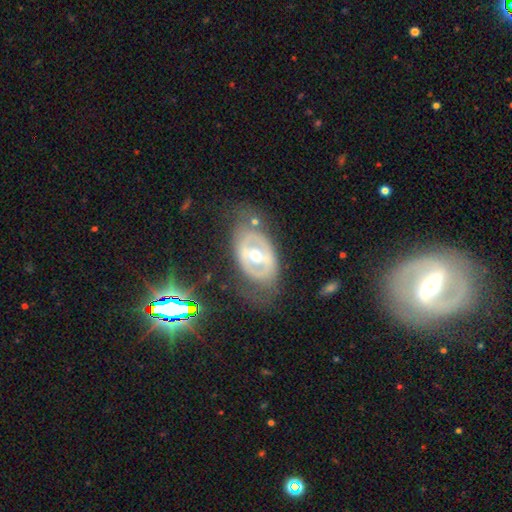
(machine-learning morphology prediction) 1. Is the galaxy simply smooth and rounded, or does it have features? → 74% featured or disk, 19% smooth, 8% star or artifact.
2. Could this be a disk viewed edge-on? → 93% no, 7% yes.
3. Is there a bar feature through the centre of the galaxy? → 45% strong, 30% weak, 25% no.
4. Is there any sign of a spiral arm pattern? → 67% no, 33% yes.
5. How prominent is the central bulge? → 68% moderate, 25% small, 4% large, 1% none, 1% dominant.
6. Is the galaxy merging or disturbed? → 63% none, 20% minor disturbance, 14% major disturbance, 3% merger.